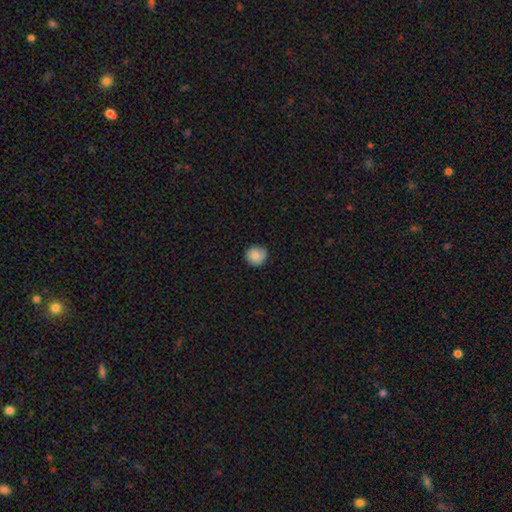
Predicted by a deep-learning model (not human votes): Overall: smooth (79%). How rounded: round (91%). Merging: none (82%).